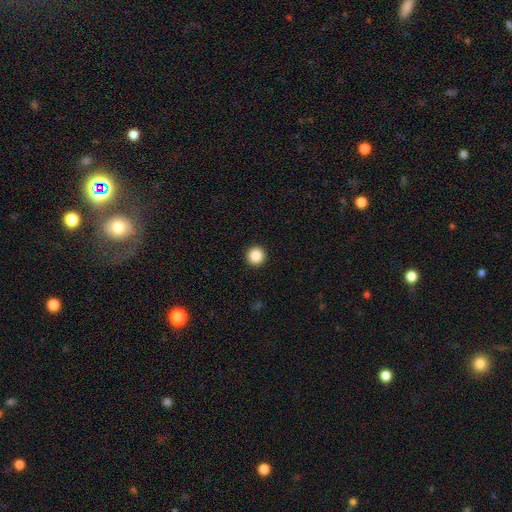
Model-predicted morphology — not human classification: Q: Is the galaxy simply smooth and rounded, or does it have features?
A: smooth — 87%.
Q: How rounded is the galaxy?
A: round — 96%.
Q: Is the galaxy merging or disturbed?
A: none — 94%.